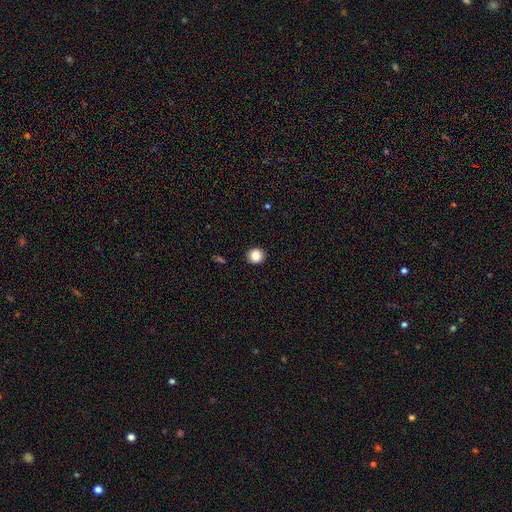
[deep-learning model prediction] This is clearly a smooth galaxy (86%). How rounded: clearly round (91%). Merging: clearly none (92%).